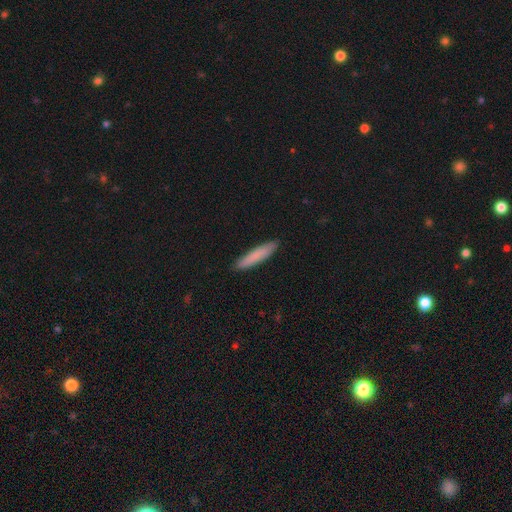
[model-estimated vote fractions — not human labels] Smooth or featured? smooth (83%)
How rounded? cigar-shaped (89%)
Merging? none (89%)